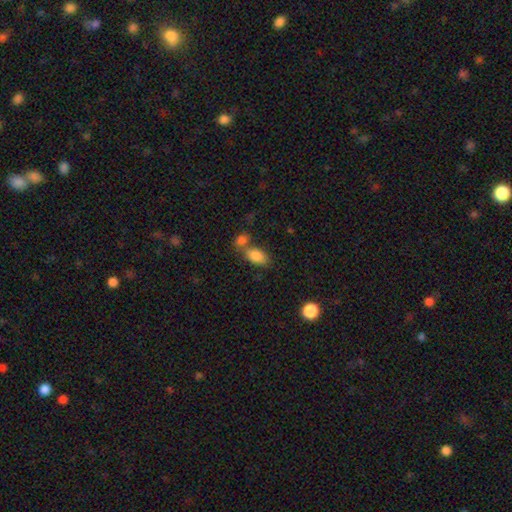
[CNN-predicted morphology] Overall: smooth (85%). How rounded: in between (91%). Merging: none (45%; merger 40%).